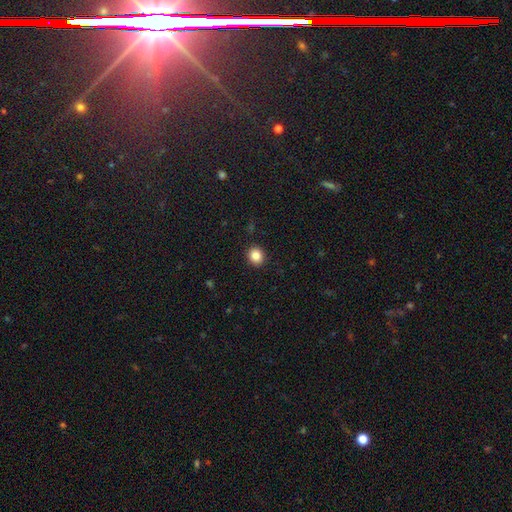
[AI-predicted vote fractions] smooth 85%, star or artifact 10%, featured or disk 4%. Down the decision tree: how rounded — round (78%); merging — none (91%).